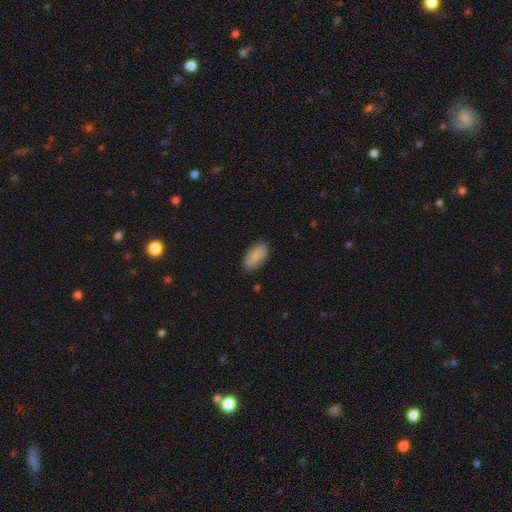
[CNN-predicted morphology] Smooth or featured: smooth — 87% (star or artifact — 7%)
How rounded: in between — 92% (cigar-shaped — 5%)
Merging: none — 82% (minor disturbance — 14%)